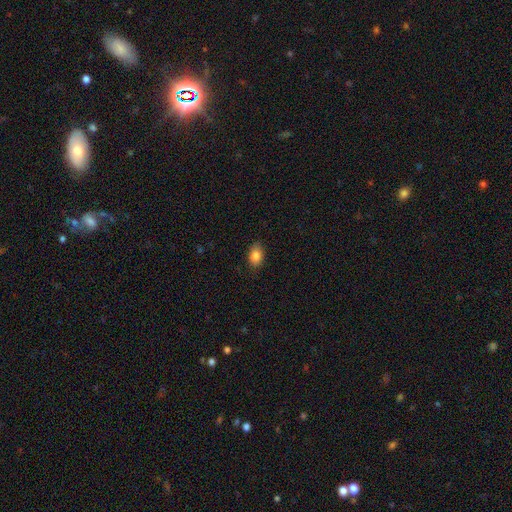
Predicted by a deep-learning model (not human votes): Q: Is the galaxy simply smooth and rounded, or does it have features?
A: smooth — 85%.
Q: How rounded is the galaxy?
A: in between — 85%.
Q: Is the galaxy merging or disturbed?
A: none — 86%.